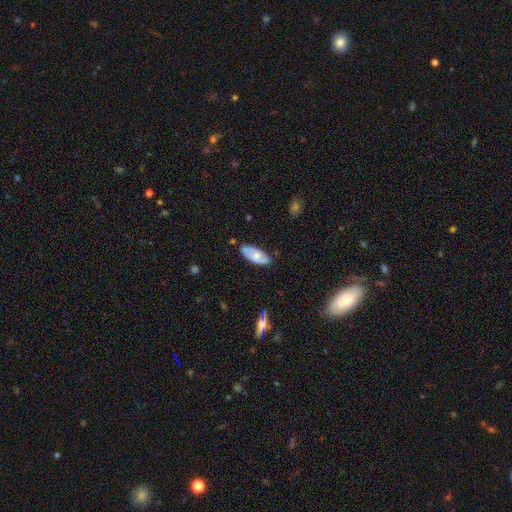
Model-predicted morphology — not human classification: type=smooth (62%); roundness=in between (85%); merging=none (75%).